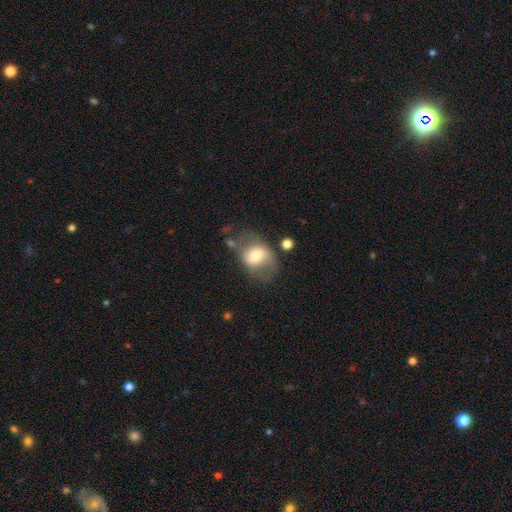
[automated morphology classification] Smooth or featured? Predicted: smooth (p=0.58). How rounded? Predicted: in between (p=0.64). Merging? Predicted: none (p=0.49).